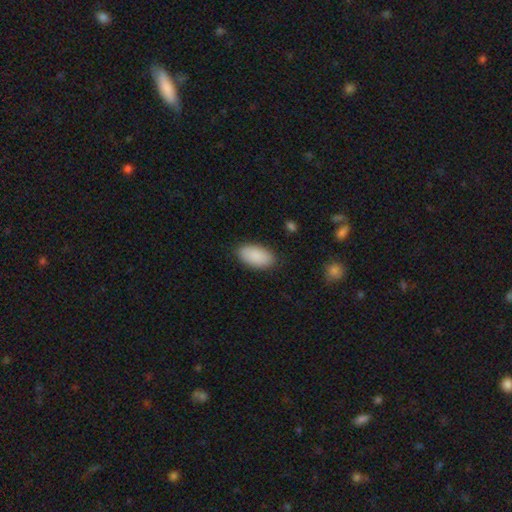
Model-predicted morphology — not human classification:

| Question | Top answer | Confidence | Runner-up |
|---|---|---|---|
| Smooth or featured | smooth | 90% | star or artifact (6%) |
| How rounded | in between | 95% | round (3%) |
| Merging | none | 87% | minor disturbance (10%) |